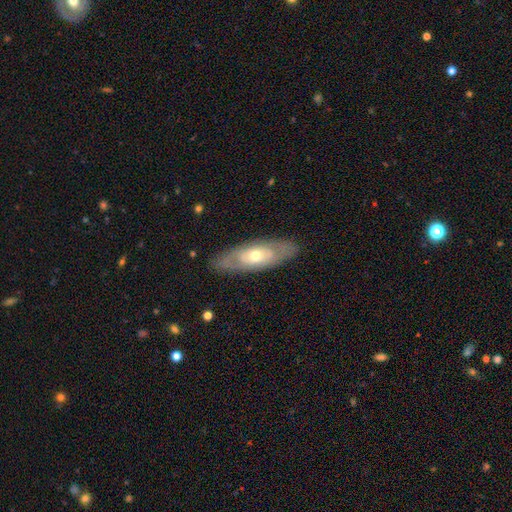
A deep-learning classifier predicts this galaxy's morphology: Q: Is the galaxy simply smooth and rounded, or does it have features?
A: featured or disk — 60%.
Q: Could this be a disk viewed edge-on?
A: no — 78%.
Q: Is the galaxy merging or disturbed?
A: none — 83%.